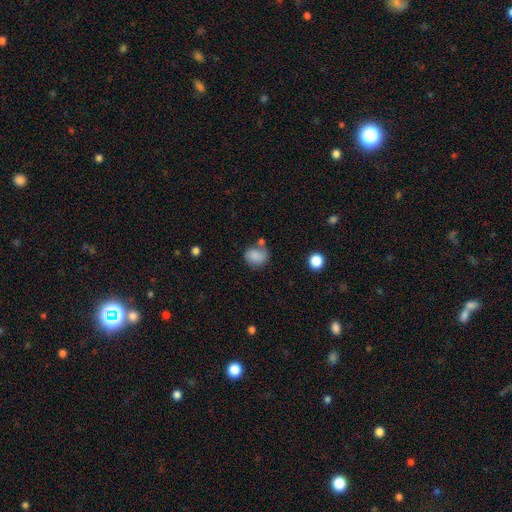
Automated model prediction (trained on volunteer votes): Smooth or featured: smooth — 73% (featured or disk — 17%)
How rounded: round — 68% (in between — 31%)
Merging: none — 48% (minor disturbance — 22%)